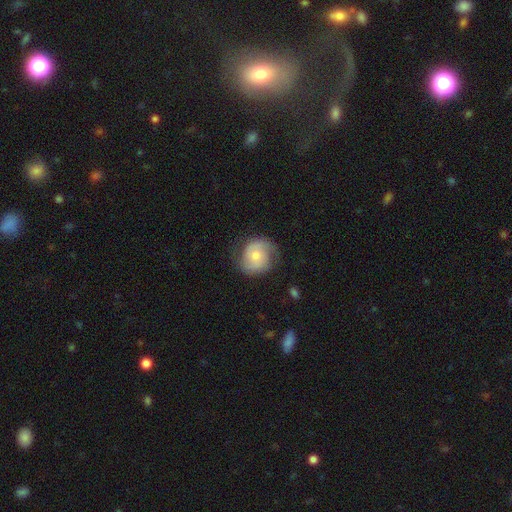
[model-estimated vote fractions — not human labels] This is possibly a featured or disk galaxy (58%). It is clearly not viewed edge-on (97%). Bar: likely no (72%). Spiral arm pattern: clearly yes (88%). Central bulge: possibly moderate (49%). Merging: likely none (70%).